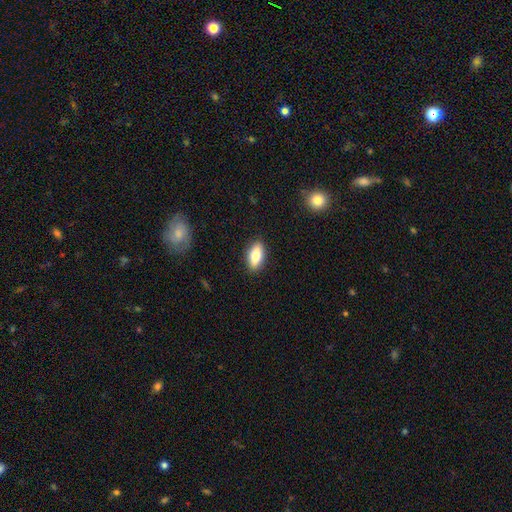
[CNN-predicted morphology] Smooth or featured?
  - smooth: 78% *
  - featured or disk: 15%
  - star or artifact: 7%
How rounded?
  - in between: 85% *
  - cigar-shaped: 11%
  - round: 4%
Merging?
  - none: 88% *
  - minor disturbance: 9%
  - major disturbance: 2%
  - merger: 1%